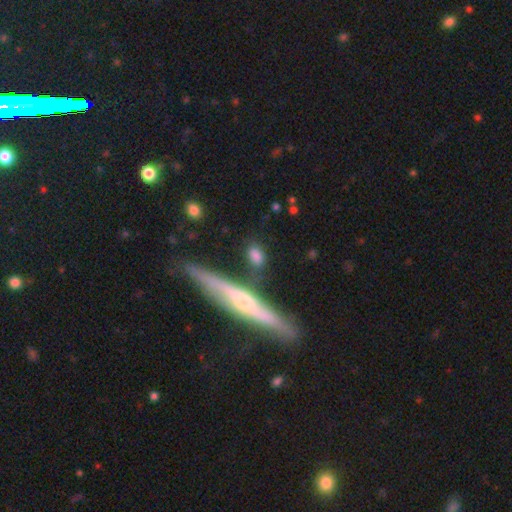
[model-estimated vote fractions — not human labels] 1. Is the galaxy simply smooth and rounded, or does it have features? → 76% smooth, 16% featured or disk, 8% star or artifact.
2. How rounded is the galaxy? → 65% in between, 19% round, 17% cigar-shaped.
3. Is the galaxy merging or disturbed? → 71% none, 15% minor disturbance, 9% merger, 5% major disturbance.